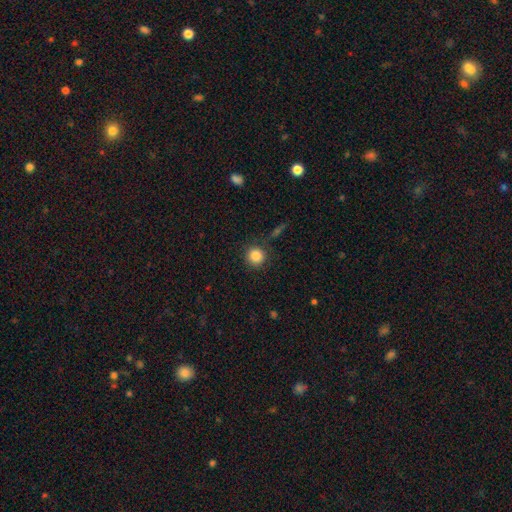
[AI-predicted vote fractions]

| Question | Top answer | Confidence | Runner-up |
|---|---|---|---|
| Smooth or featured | smooth | 85% | star or artifact (10%) |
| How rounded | round | 94% | in between (5%) |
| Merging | none | 87% | minor disturbance (8%) |